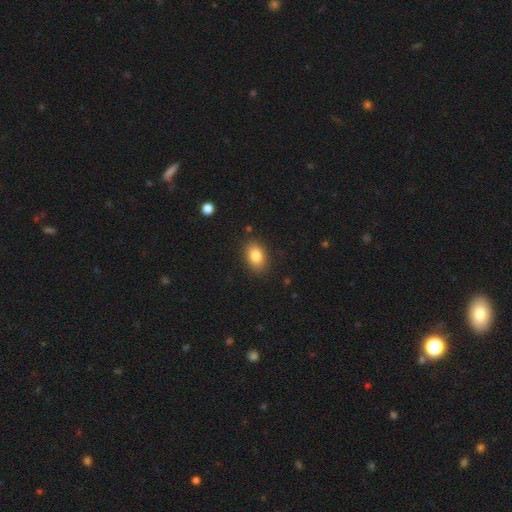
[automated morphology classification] A smooth galaxy with no disk features (83%) that is in between round and cigar-shaped (82%).

Vote fractions:
- Smooth or featured? smooth: 83% / star or artifact: 9% / featured or disk: 8%
- How rounded? in between: 82% / round: 16% / cigar-shaped: 1%
- Merging? none: 86% / minor disturbance: 10% / major disturbance: 3% / merger: 1%